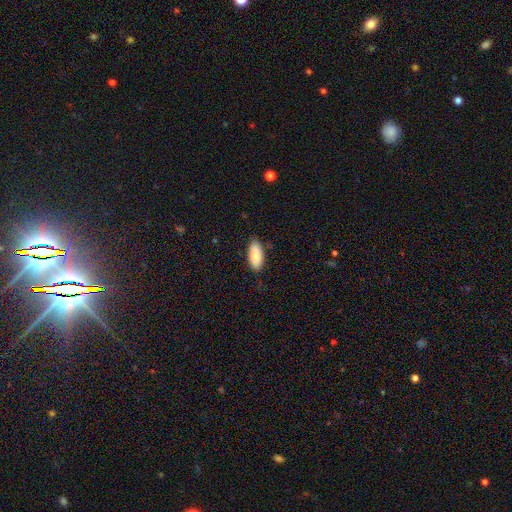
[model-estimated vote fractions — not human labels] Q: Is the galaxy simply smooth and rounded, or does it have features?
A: smooth — 81%.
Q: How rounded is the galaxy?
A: in between — 88%.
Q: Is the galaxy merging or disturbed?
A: none — 83%.